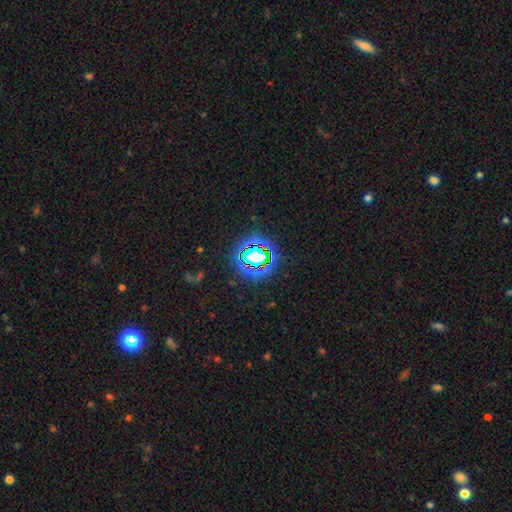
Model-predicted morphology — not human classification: Smooth or featured? star or artifact (77%)